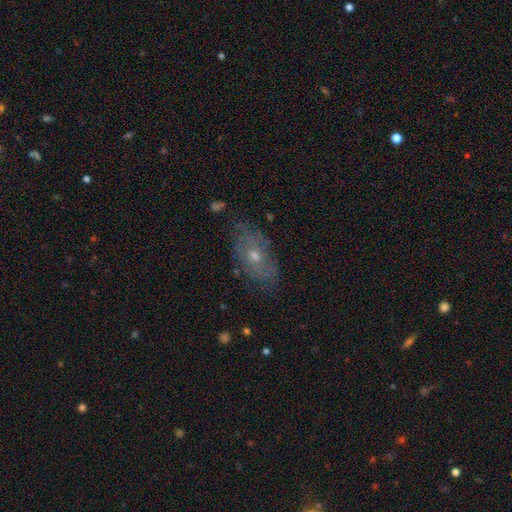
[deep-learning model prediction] featured or disk 51%, smooth 30%, star or artifact 20%. Down the decision tree: edge-on disk — no (82%); merging — none (78%).